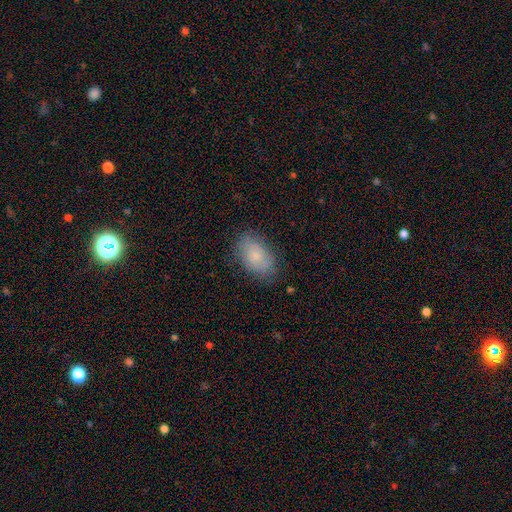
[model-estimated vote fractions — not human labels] Morphology: type=smooth (77%); roundness=in between (90%); merging=none (78%).